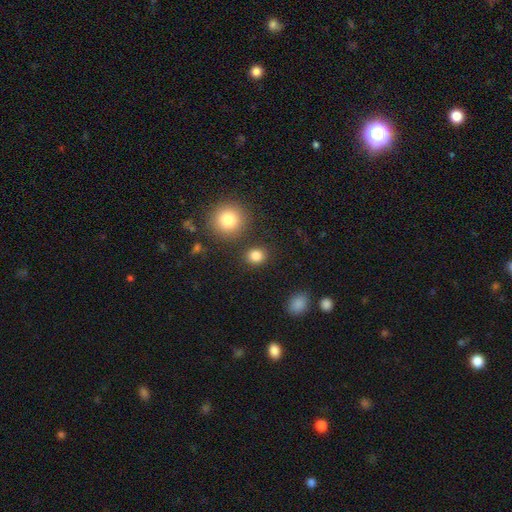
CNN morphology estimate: A smooth galaxy with no disk features (83%) that is round (74%).

Vote fractions:
- Smooth or featured? smooth: 83% / star or artifact: 12% / featured or disk: 5%
- How rounded? round: 74% / in between: 25% / cigar-shaped: 1%
- Merging? none: 84% / minor disturbance: 8% / merger: 6% / major disturbance: 3%